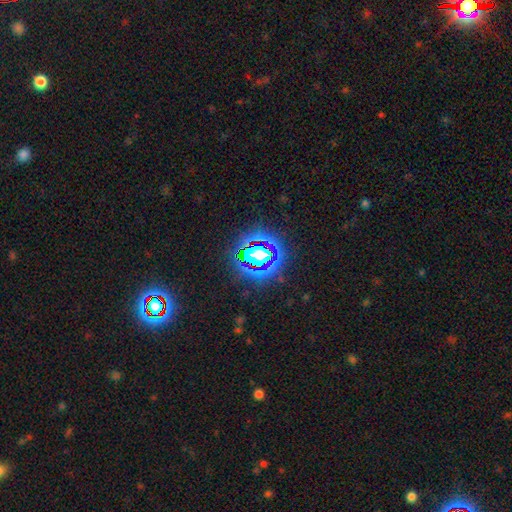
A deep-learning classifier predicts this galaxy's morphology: A star or artifact, not a galaxy (64%).